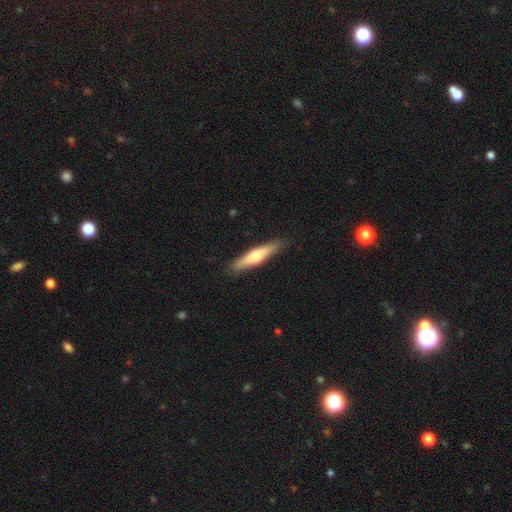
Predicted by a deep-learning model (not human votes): smooth-or-featured: smooth: 49% | featured or disk: 46% | star or artifact: 5%
  merging: none: 88% | minor disturbance: 9% | major disturbance: 2% | merger: 1%